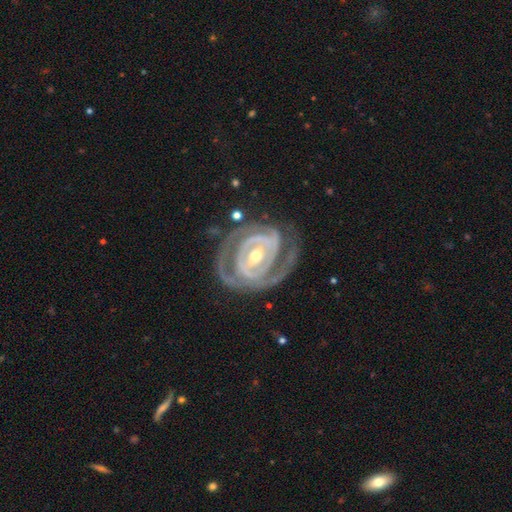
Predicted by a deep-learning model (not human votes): This is clearly a featured or disk galaxy (89%). It is clearly not viewed edge-on (96%). Bar: marginally strong (39%). Spiral arm pattern: clearly yes (90%). Spiral arm count: possibly 2 (59%). Spiral winding: likely tight (70%). Central bulge: possibly moderate (54%). Merging: likely none (68%).